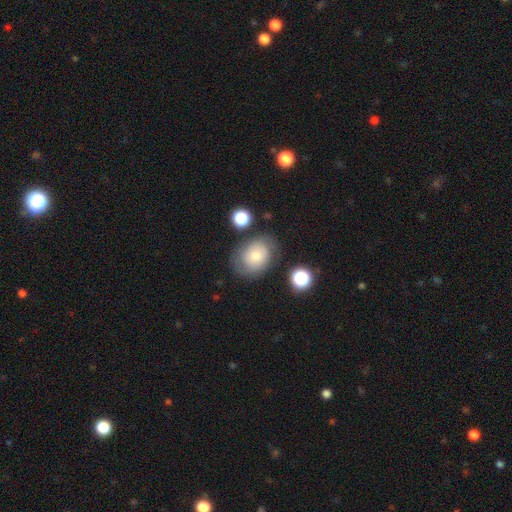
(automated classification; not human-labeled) Smooth or featured? Predicted: smooth (p=0.60). How rounded? Predicted: in between (p=0.54). Merging? Predicted: none (p=0.65).